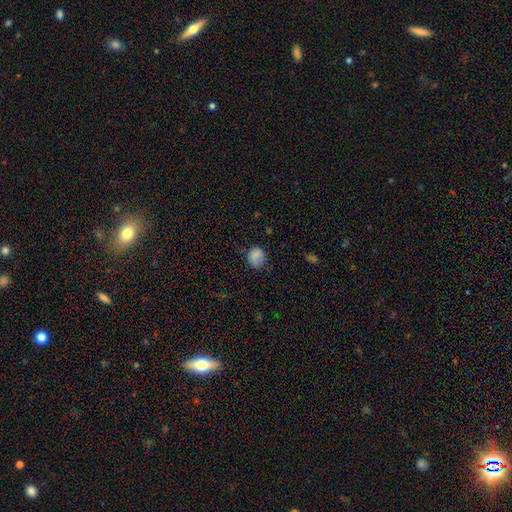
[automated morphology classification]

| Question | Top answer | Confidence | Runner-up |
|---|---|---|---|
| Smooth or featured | smooth | 83% | star or artifact (10%) |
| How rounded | round | 65% | in between (34%) |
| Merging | none | 66% | minor disturbance (26%) |